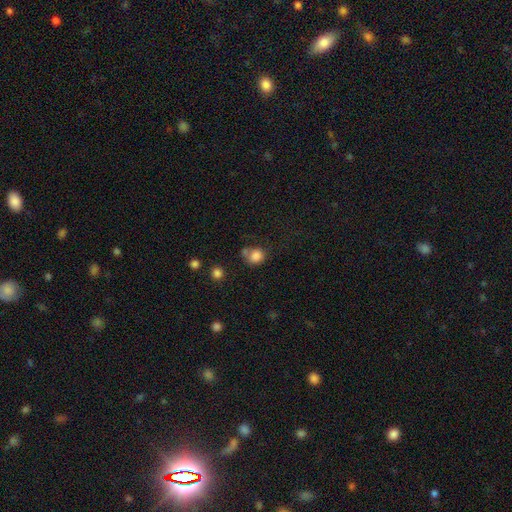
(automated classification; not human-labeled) The model was most divided on "merging": none: 48%, merger: 22%, minor disturbance: 20%, major disturbance: 10%. More confident: smooth or featured — smooth (82%); how rounded — round (73%).